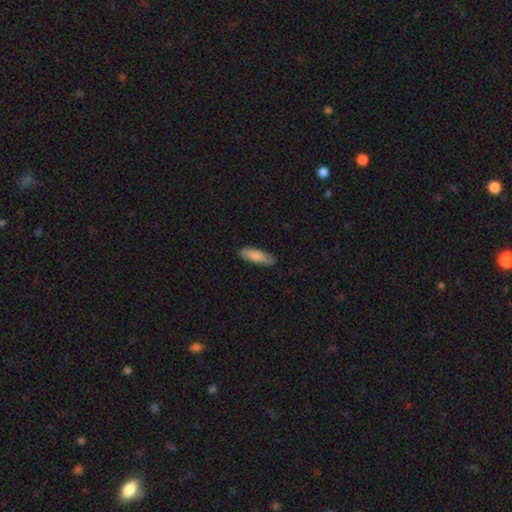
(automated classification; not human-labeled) This appears to be a smooth galaxy with no disk features (86%) that is in between round and cigar-shaped (56%). Merging: none (82%).